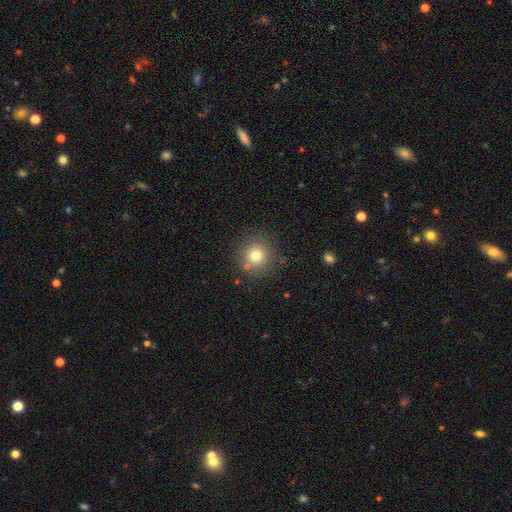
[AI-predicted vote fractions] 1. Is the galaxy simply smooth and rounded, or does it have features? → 76% smooth, 14% star or artifact, 10% featured or disk.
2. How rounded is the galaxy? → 93% round, 6% in between, 1% cigar-shaped.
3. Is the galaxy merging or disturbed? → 83% none, 9% minor disturbance, 4% merger, 3% major disturbance.